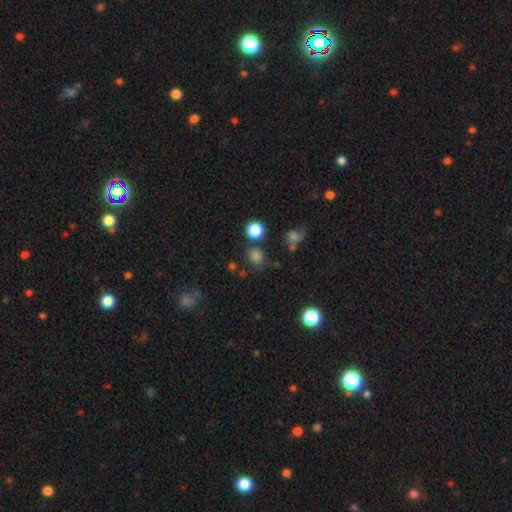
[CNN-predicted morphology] smooth 77%, star or artifact 18%, featured or disk 5%. Down the decision tree: how rounded — round (80%); merging — none (72%).